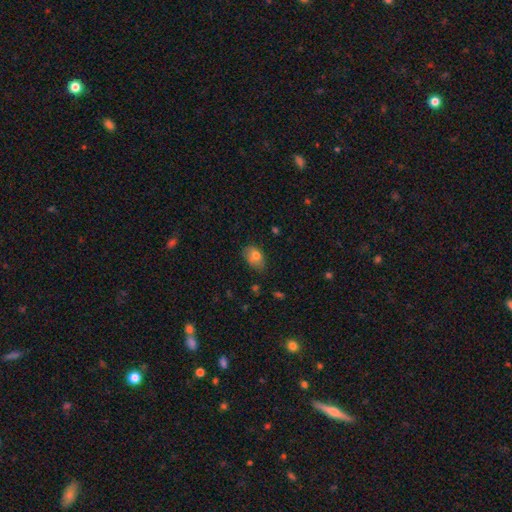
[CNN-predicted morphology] Smooth or featured: smooth — 78% (featured or disk — 13%)
How rounded: in between — 84% (round — 15%)
Merging: none — 63% (minor disturbance — 29%)